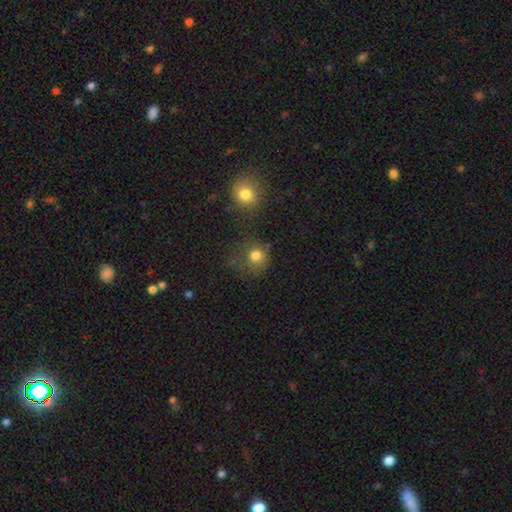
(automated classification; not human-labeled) Morphology: type=smooth (78%); roundness=round (87%); merging=none (63%).